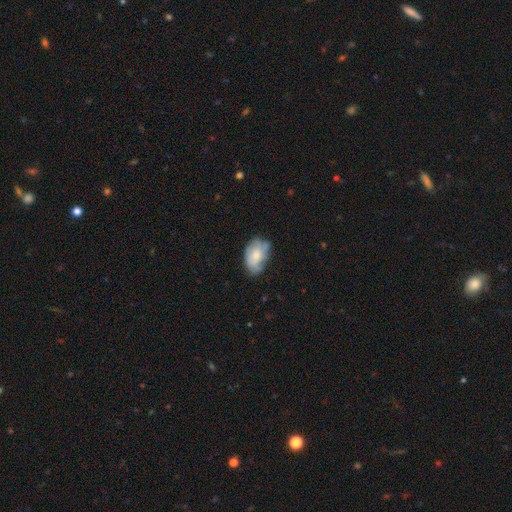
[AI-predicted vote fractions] This is likely a smooth galaxy (61%). How rounded: clearly in between (89%). Merging: possibly none (55%).